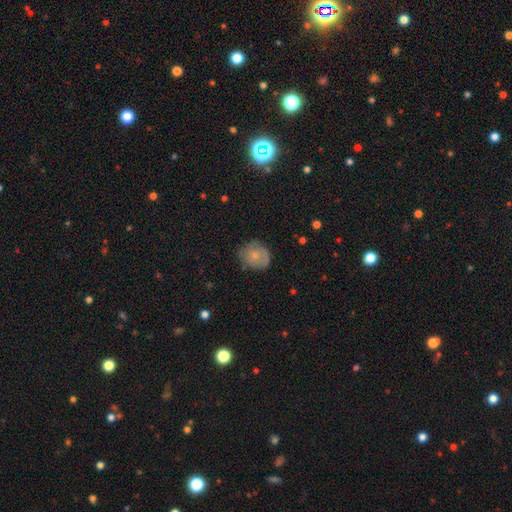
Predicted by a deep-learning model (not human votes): smooth 66%, featured or disk 26%, star or artifact 8%. Down the decision tree: how rounded — round (70%); merging — none (68%).